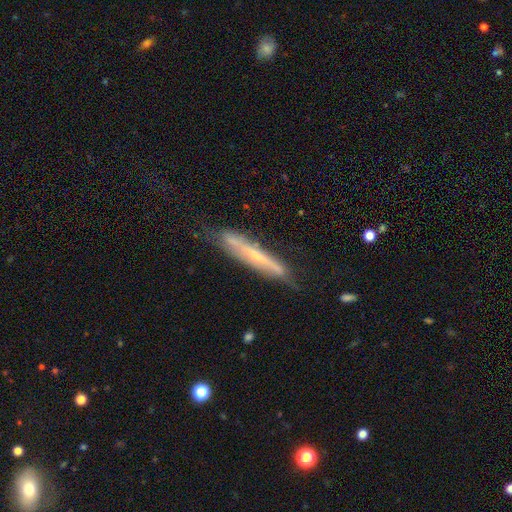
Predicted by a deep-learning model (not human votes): featured or disk 64%, smooth 30%, star or artifact 7%. Down the decision tree: edge-on disk — yes (76%); merging — none (68%).